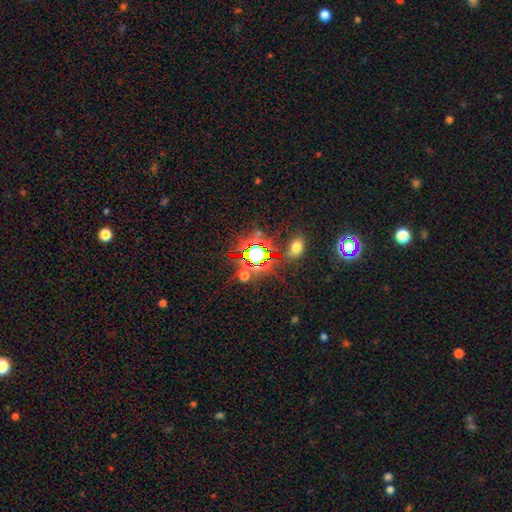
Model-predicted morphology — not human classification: A star or artifact, not a galaxy (71%).

Vote fractions:
- Smooth or featured? star or artifact: 71% / smooth: 18% / featured or disk: 11%